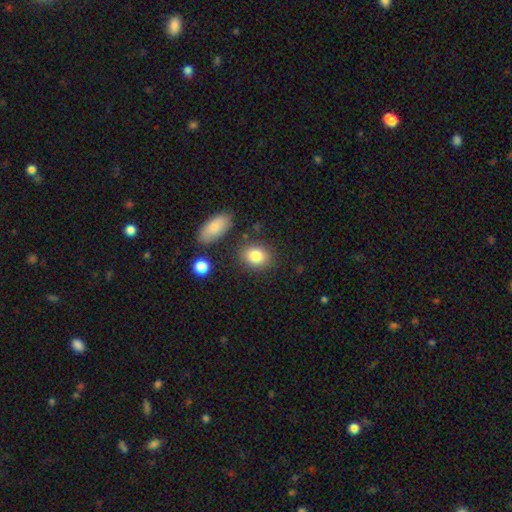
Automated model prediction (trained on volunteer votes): The model was most divided on "how rounded": in between: 57%, round: 42%, cigar-shaped: 1%. More confident: smooth or featured — smooth (83%); merging — none (80%).